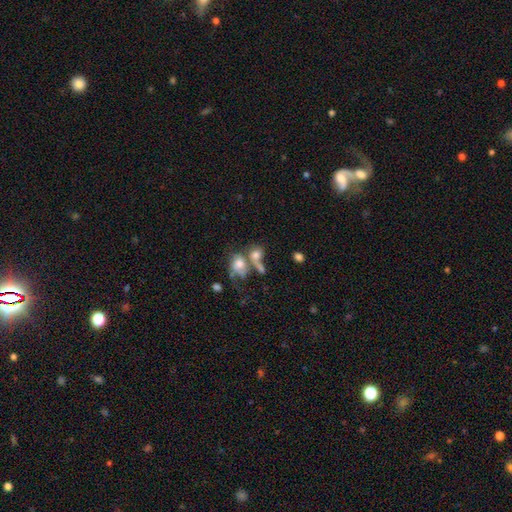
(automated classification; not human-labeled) Smooth or featured? smooth (67%)
How rounded? round (49%)
Merging? merger (54%)